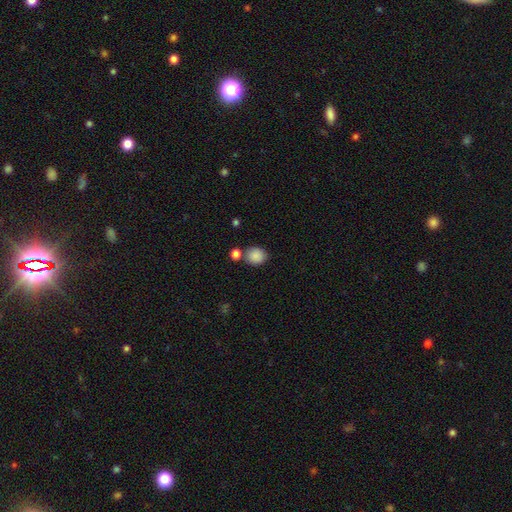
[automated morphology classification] A smooth galaxy with no disk features (87%) that is round (74%).

Vote fractions:
- Smooth or featured? smooth: 87% / star or artifact: 9% / featured or disk: 4%
- How rounded? round: 74% / in between: 25% / cigar-shaped: 1%
- Merging? none: 71% / merger: 15% / minor disturbance: 11% / major disturbance: 4%